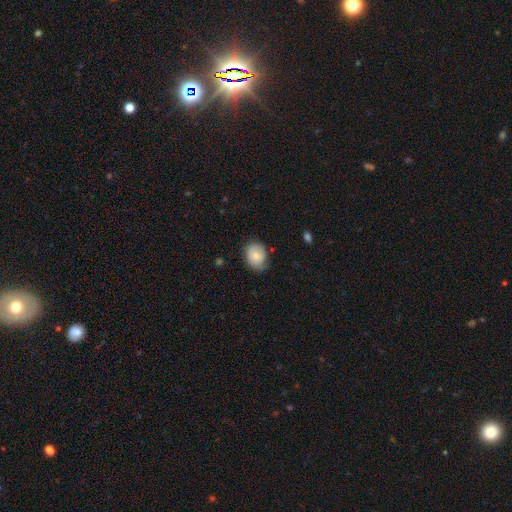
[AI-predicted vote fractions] Smooth or featured? Predicted: smooth (p=0.74). How rounded? Predicted: round (p=0.51). Merging? Predicted: none (p=0.65).